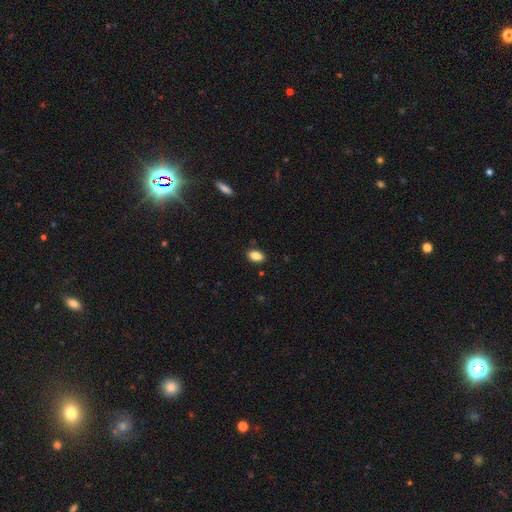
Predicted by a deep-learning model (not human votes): Smooth or featured: smooth — 85% (star or artifact — 9%)
How rounded: in between — 89% (round — 8%)
Merging: none — 87% (minor disturbance — 9%)